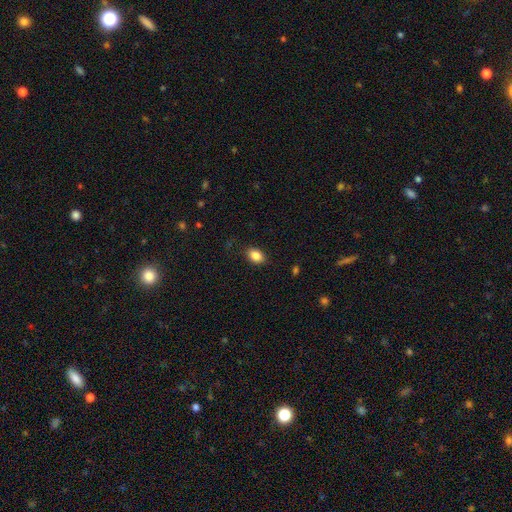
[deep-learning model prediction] smooth-or-featured: smooth: 86% | star or artifact: 8% | featured or disk: 6%
  how-rounded: in between: 82% | round: 17% | cigar-shaped: 1%
  merging: none: 86% | minor disturbance: 11% | major disturbance: 3% | merger: 1%